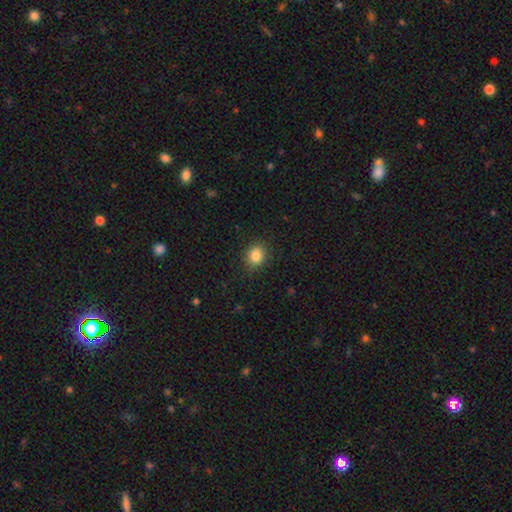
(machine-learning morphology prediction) This is clearly a smooth galaxy (84%). How rounded: likely round (74%). Merging: clearly none (89%).